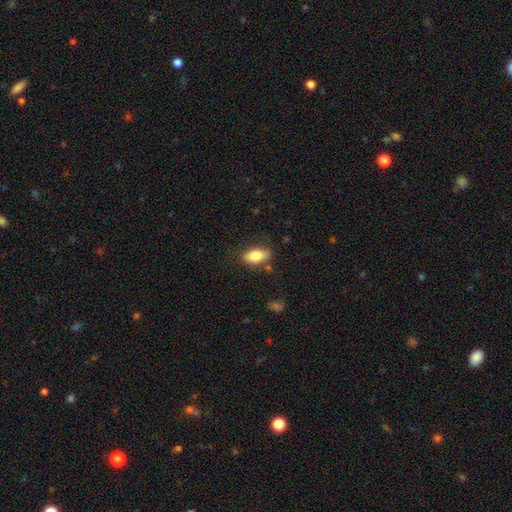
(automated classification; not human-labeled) This is clearly a smooth galaxy (82%). How rounded: clearly in between (89%). Merging: likely none (79%).